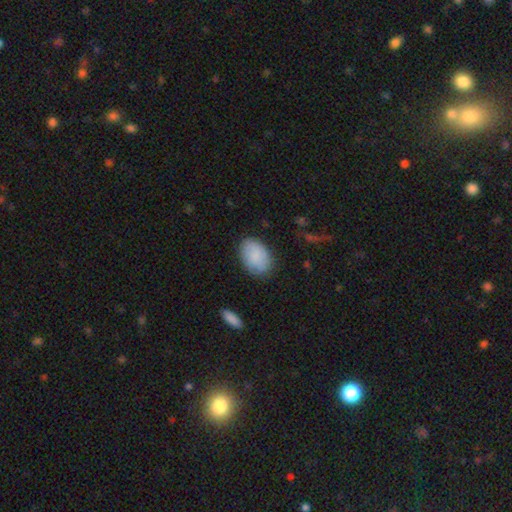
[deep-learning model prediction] The model was most divided on "merging": none: 82%, minor disturbance: 14%, major disturbance: 3%, merger: 1%. More confident: how rounded — in between (87%); smooth or featured — smooth (86%).